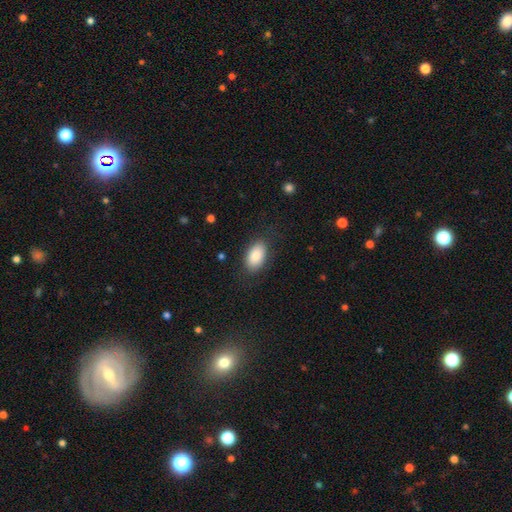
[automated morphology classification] type=smooth (86%); roundness=in between (93%); merging=none (81%).